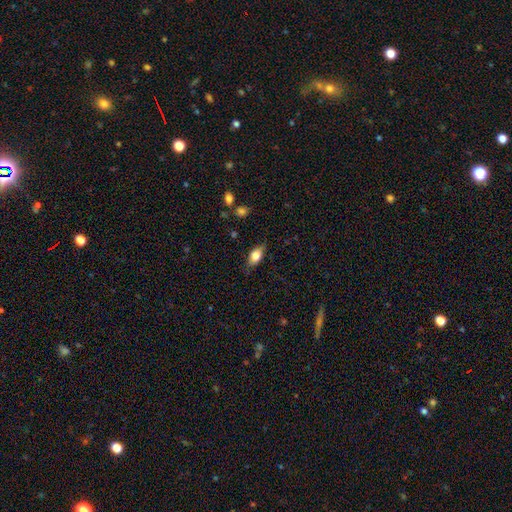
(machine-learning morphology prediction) This appears to be a smooth galaxy with no disk features (70%) that is in between round and cigar-shaped (83%). Merging: none (77%).